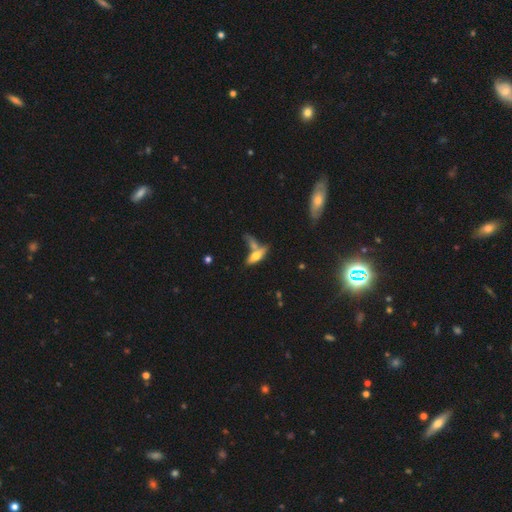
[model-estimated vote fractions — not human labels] Smooth or featured: smooth — 55% (featured or disk — 36%)
How rounded: in between — 53% (cigar-shaped — 44%)
Merging: none — 46% (merger — 35%)